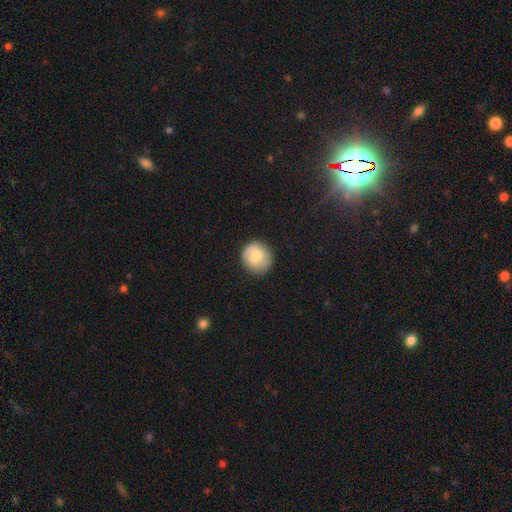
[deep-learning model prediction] The model was most divided on "smooth or featured": smooth: 78%, featured or disk: 15%, star or artifact: 7%. More confident: how rounded — round (91%); merging — none (84%).